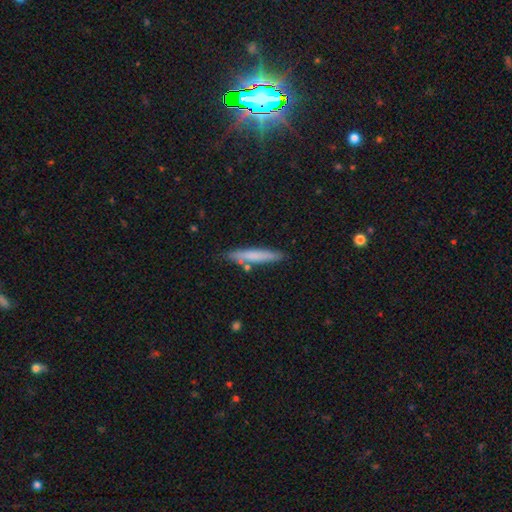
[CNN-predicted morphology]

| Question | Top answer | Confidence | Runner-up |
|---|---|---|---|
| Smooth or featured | smooth | 71% | featured or disk (23%) |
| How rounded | cigar-shaped | 92% | in between (6%) |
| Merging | none | 81% | minor disturbance (12%) |